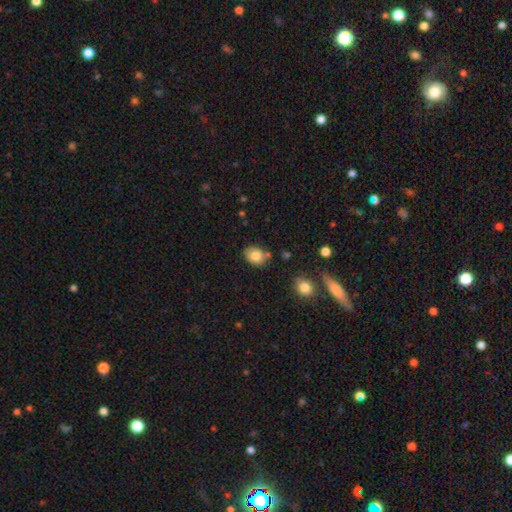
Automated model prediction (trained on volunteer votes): Smooth or featured?
  - smooth: 81% *
  - featured or disk: 10%
  - star or artifact: 9%
How rounded?
  - in between: 58% *
  - round: 41%
  - cigar-shaped: 1%
Merging?
  - none: 75% *
  - minor disturbance: 16%
  - merger: 6%
  - major disturbance: 3%